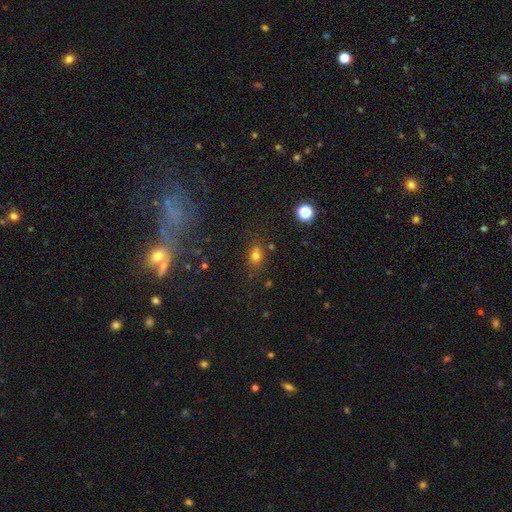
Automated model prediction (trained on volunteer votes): smooth 71%, star or artifact 19%, featured or disk 9%. Down the decision tree: how rounded — in between (55%); merging — none (71%).